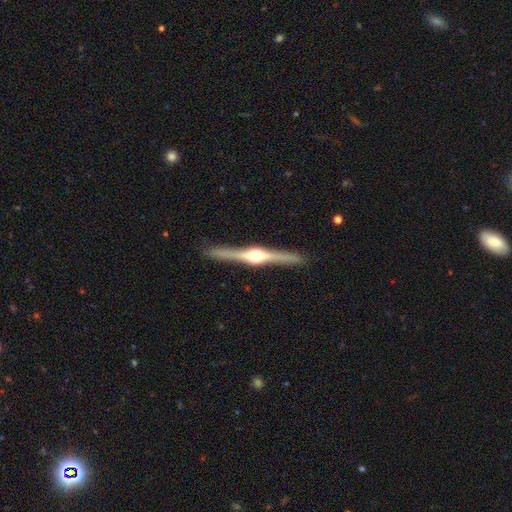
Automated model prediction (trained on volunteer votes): Overall: featured or disk (85%). Edge-on disk: yes (98%). Edge-on bulge: rounded (94%). Merging: none (91%).